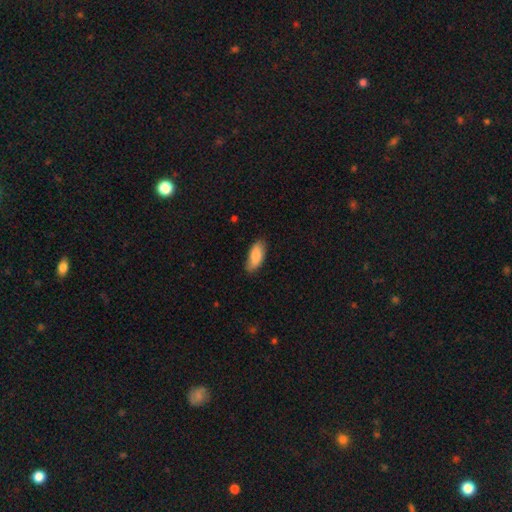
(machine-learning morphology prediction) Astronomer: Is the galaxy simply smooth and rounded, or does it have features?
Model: smooth — 84%.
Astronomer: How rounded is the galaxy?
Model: in between — 84%.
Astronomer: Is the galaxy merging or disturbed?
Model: none — 78%.